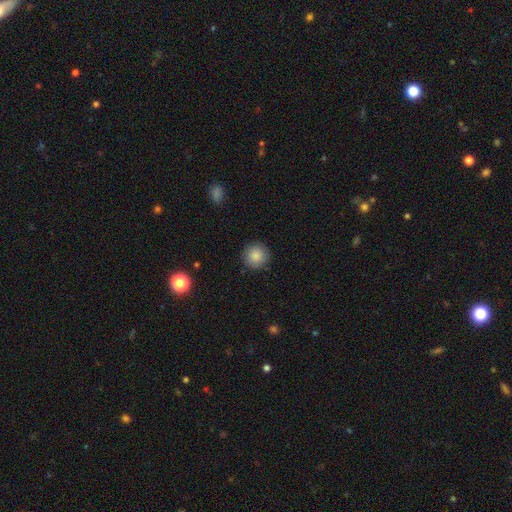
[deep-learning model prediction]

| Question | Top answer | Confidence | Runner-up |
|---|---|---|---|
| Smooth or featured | smooth | 86% | star or artifact (9%) |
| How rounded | round | 94% | in between (5%) |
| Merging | none | 90% | minor disturbance (7%) |